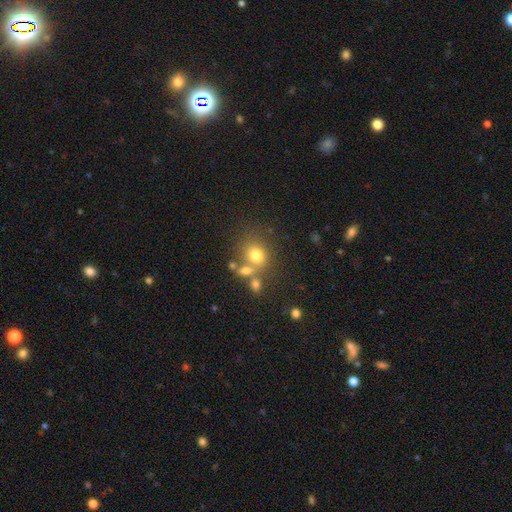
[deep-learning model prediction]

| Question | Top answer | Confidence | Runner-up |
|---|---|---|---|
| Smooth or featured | smooth | 73% | star or artifact (15%) |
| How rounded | round | 71% | in between (28%) |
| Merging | none | 52% | merger (29%) |